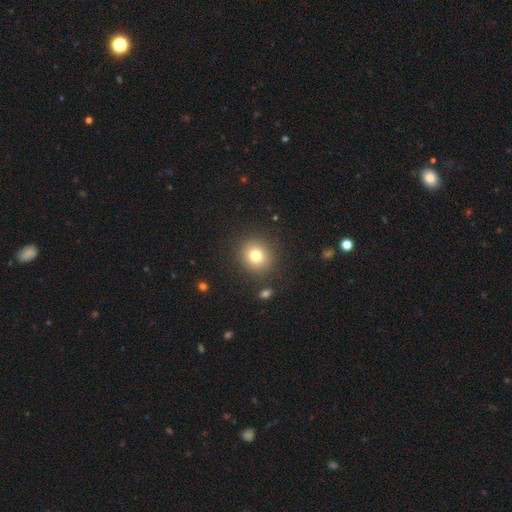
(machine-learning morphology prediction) smooth-or-featured: smooth: 78% | star or artifact: 13% | featured or disk: 10%
  how-rounded: round: 86% | in between: 13% | cigar-shaped: 1%
  merging: none: 88% | minor disturbance: 7% | major disturbance: 3% | merger: 2%